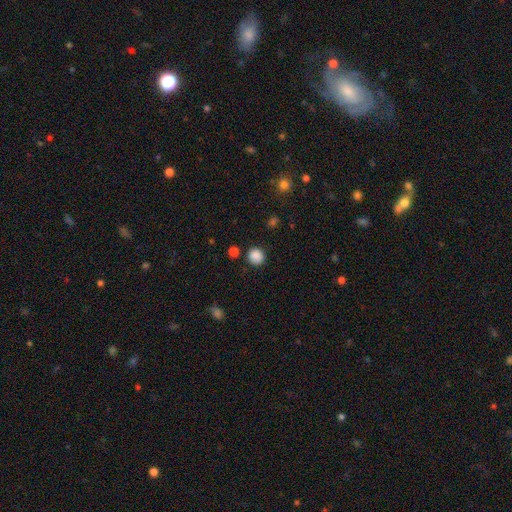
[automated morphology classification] smooth 87%, star or artifact 10%, featured or disk 3%. Down the decision tree: how rounded — round (91%); merging — none (87%).